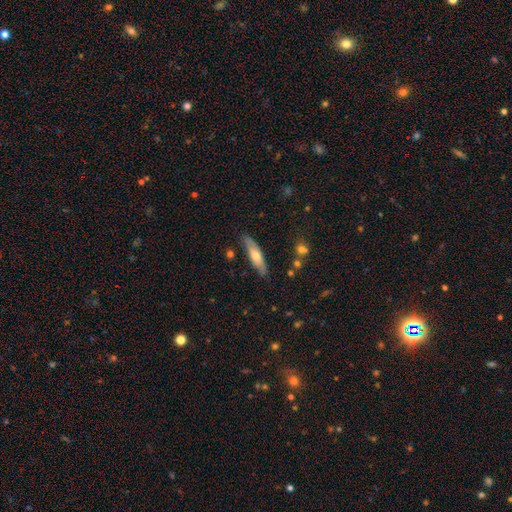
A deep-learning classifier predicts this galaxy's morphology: smooth 55%, featured or disk 39%, star or artifact 6%. Down the decision tree: how rounded — cigar-shaped (71%); merging — none (83%).